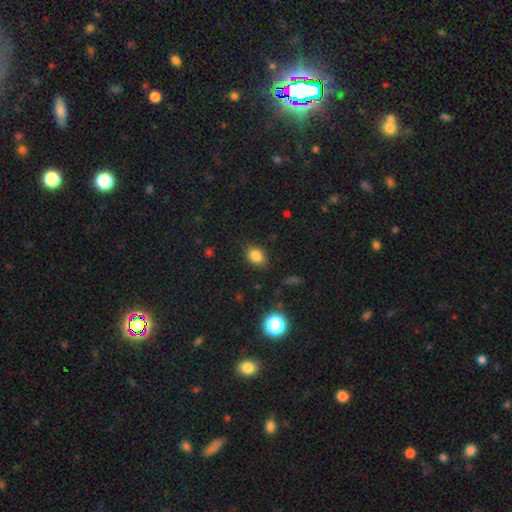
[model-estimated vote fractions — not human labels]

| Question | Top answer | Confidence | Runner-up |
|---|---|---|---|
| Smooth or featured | smooth | 82% | star or artifact (12%) |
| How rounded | in between | 61% | round (38%) |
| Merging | none | 84% | minor disturbance (12%) |